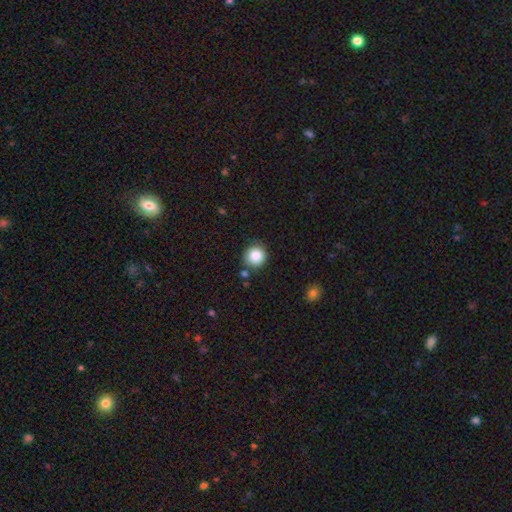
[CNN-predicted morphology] This appears to be a smooth galaxy with no disk features (86%) that is round (93%). Merging: none (81%).